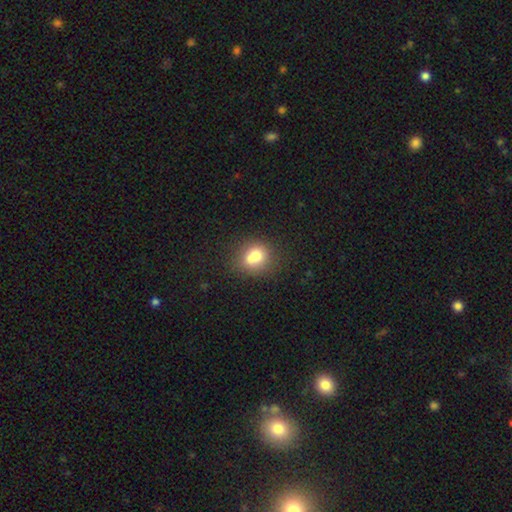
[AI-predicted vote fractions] A smooth galaxy with no disk features (71%) that is round (65%).

Vote fractions:
- Smooth or featured? smooth: 71% / featured or disk: 18% / star or artifact: 11%
- How rounded? round: 65% / in between: 34% / cigar-shaped: 1%
- Merging? none: 45% / merger: 37% / minor disturbance: 13% / major disturbance: 5%